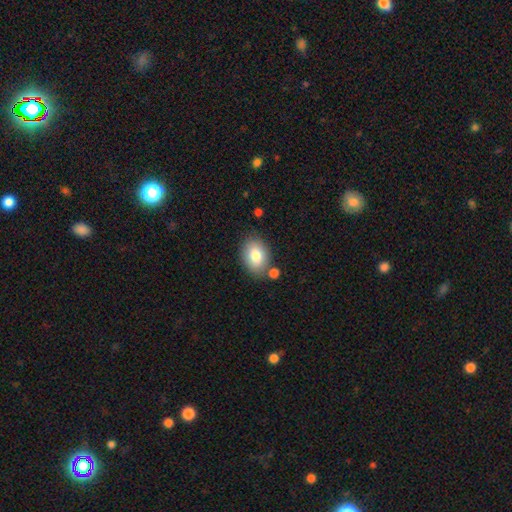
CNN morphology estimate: A smooth galaxy with no disk features (81%) that is in between round and cigar-shaped (80%).

Vote fractions:
- Smooth or featured? smooth: 81% / featured or disk: 12% / star or artifact: 8%
- How rounded? in between: 80% / round: 19% / cigar-shaped: 1%
- Merging? none: 75% / minor disturbance: 13% / merger: 9% / major disturbance: 3%